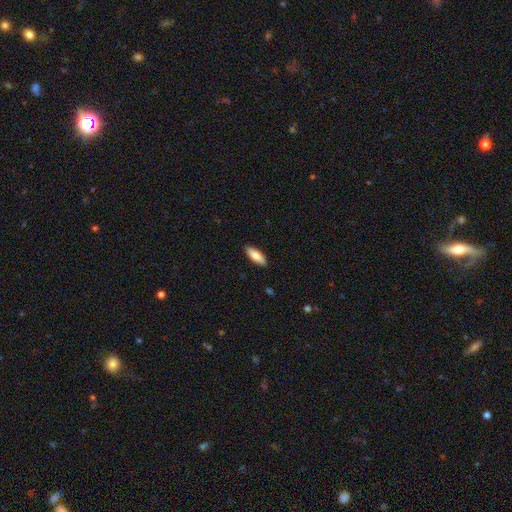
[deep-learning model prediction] smooth 82%, featured or disk 12%, star or artifact 6%. Down the decision tree: how rounded — in between (66%); merging — none (90%).